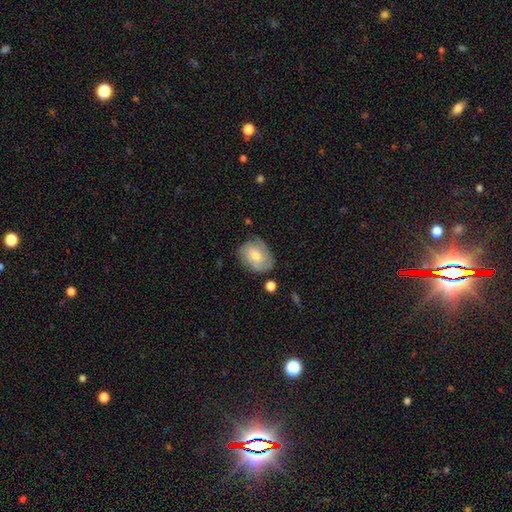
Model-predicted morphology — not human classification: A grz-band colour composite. It shows a smooth galaxy with no disk features (48%). Merging: none (67%).